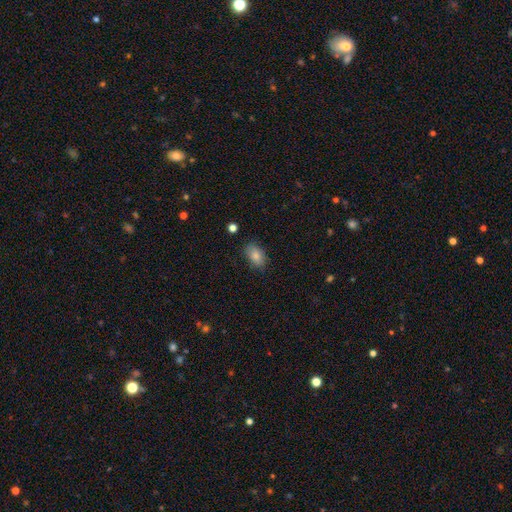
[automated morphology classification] Overall: smooth (83%). How rounded: in between (90%). Merging: none (81%).